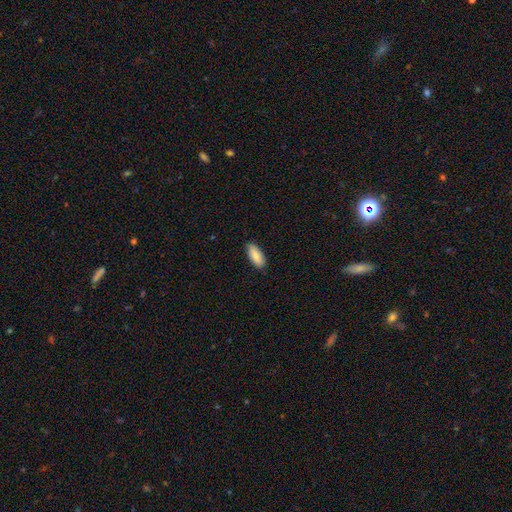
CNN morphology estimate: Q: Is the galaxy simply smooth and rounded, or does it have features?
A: smooth — 86%.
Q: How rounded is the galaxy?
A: in between — 87%.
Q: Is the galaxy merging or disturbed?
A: none — 86%.